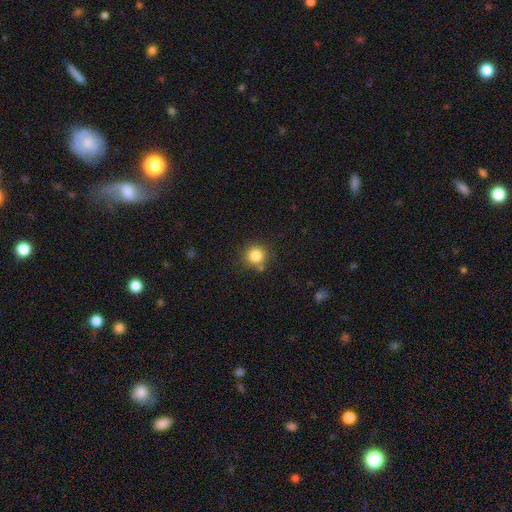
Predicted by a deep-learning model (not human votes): Smooth or featured: smooth — 83% (star or artifact — 12%)
How rounded: round — 93% (in between — 6%)
Merging: none — 81% (minor disturbance — 9%)